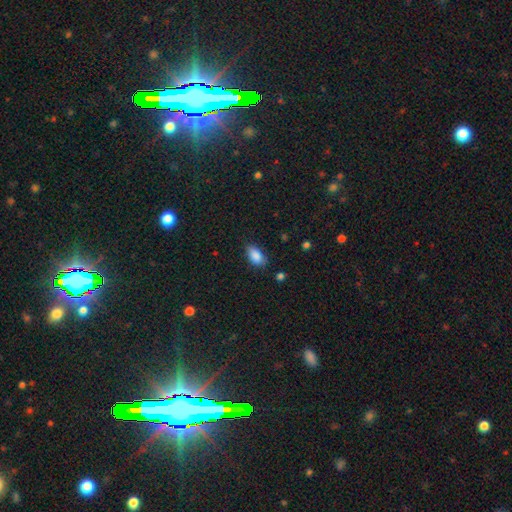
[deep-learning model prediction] smooth 87%, star or artifact 8%, featured or disk 5%. Down the decision tree: how rounded — in between (90%); merging — none (74%).